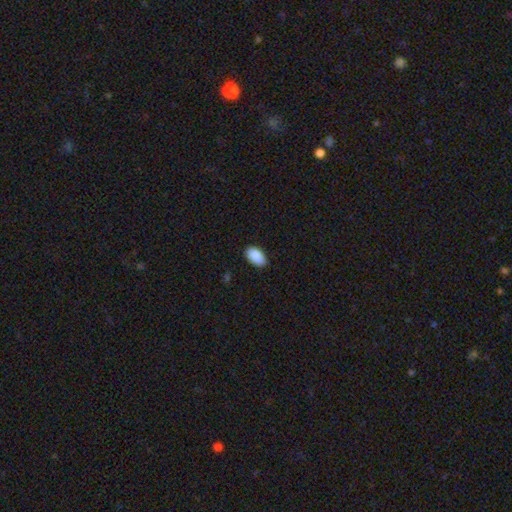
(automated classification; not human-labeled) A smooth galaxy with no disk features (90%) that is in between round and cigar-shaped (95%). Merging: none (85%).